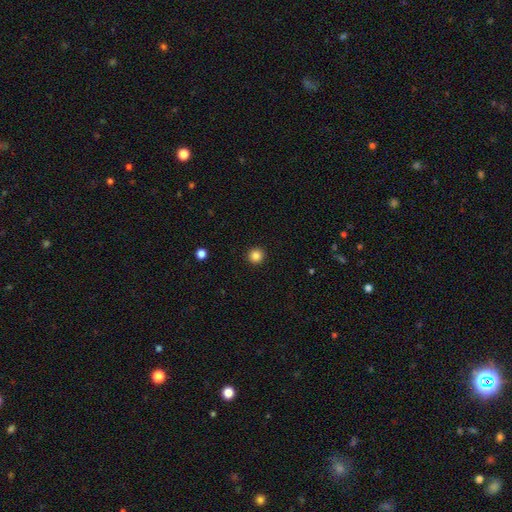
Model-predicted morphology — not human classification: Smooth or featured? Predicted: smooth (p=0.85). How rounded? Predicted: round (p=0.95). Merging? Predicted: none (p=0.93).